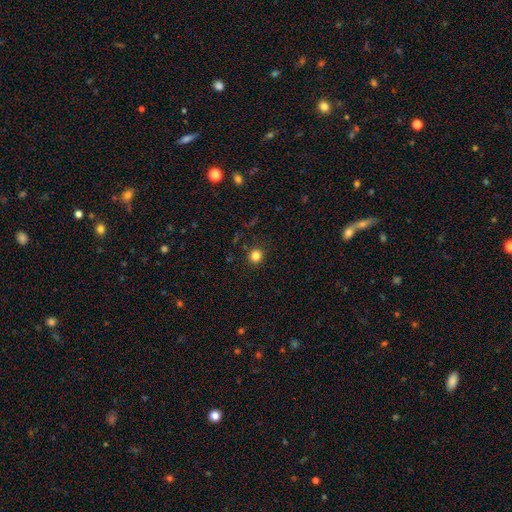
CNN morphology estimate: smooth_or_featured: smooth (p=0.82) [alt: star or artifact p=0.13]
how_rounded: round (p=0.91) [alt: in between p=0.08]
merging: none (p=0.90) [alt: minor disturbance p=0.06]